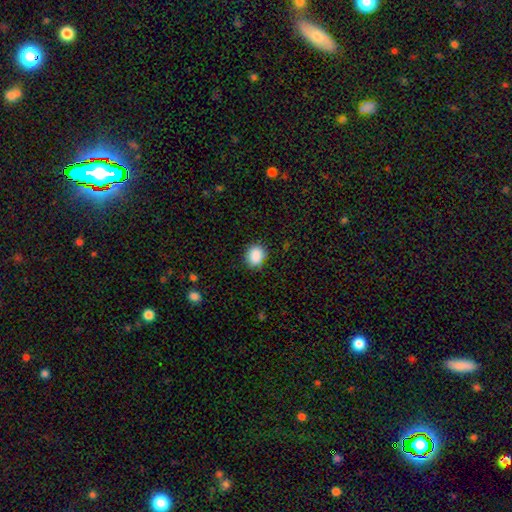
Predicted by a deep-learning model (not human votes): A smooth galaxy with no disk features (89%) that is round (63%). Merging: none (85%).